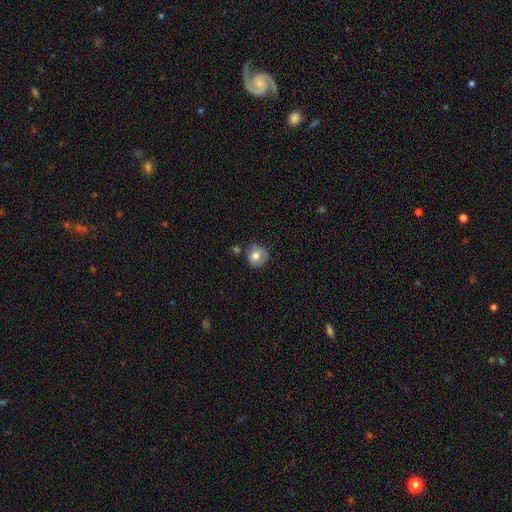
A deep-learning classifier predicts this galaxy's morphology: Overall: smooth (76%). How rounded: round (89%). Merging: none (68%).